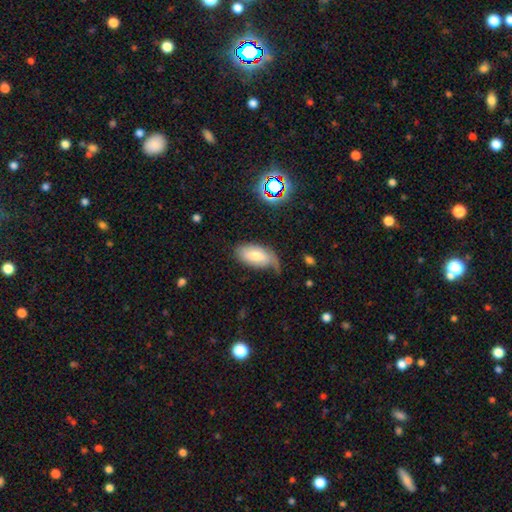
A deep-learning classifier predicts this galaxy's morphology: The model was most divided on "merging": none: 44%, minor disturbance: 36%, major disturbance: 17%, merger: 3%. More confident: how rounded — in between (93%); smooth or featured — smooth (64%).